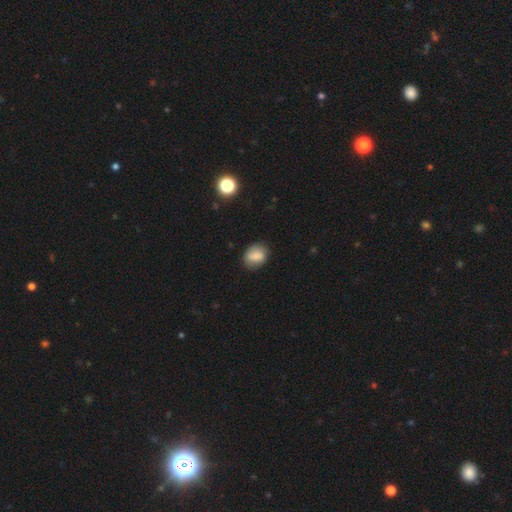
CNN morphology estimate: This is likely a smooth galaxy (79%). How rounded: possibly in between (53%). Merging: likely none (80%).